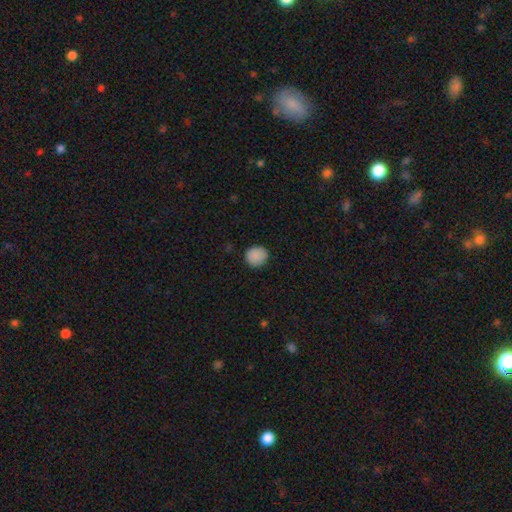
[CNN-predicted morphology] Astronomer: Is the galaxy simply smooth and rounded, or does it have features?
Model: smooth — 88%.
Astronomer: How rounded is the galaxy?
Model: round — 86%.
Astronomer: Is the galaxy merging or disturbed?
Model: none — 88%.